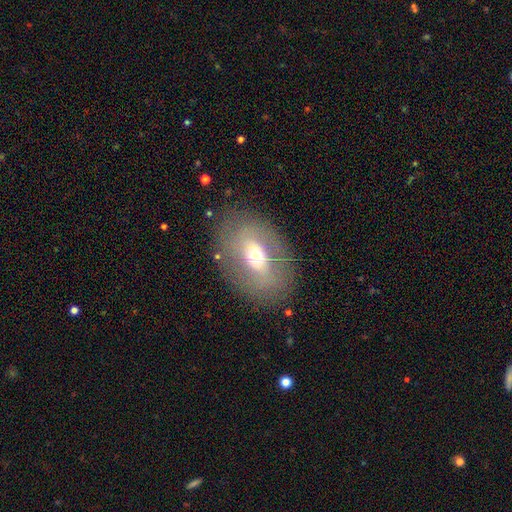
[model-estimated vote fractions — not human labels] Smooth or featured: featured or disk — 47% (smooth — 43%)
Merging: none — 79% (minor disturbance — 13%)